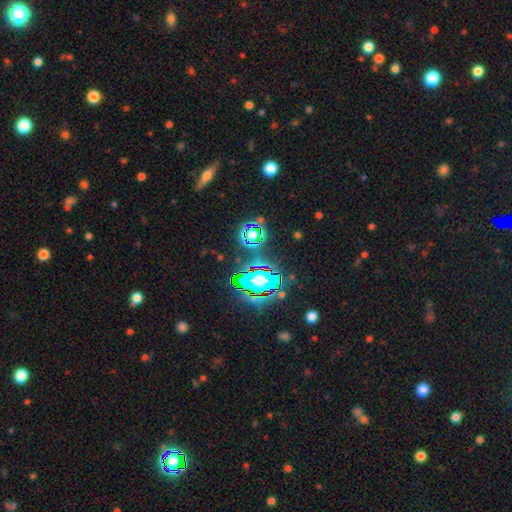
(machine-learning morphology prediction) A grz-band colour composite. It shows a star or artifact, not a galaxy (80%).